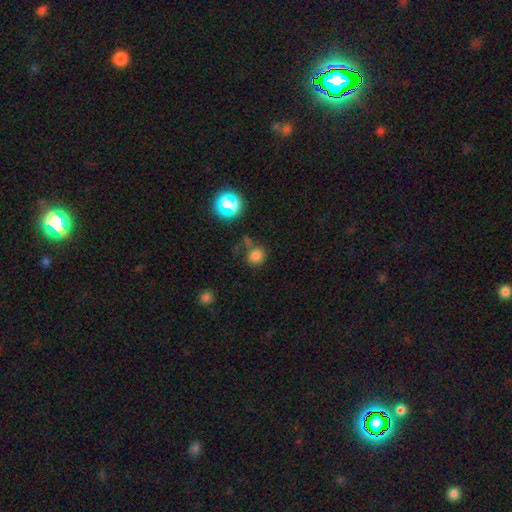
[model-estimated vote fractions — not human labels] The model was most divided on "merging": none: 70%, merger: 13%, minor disturbance: 12%, major disturbance: 5%. More confident: how rounded — round (86%); smooth or featured — smooth (76%).